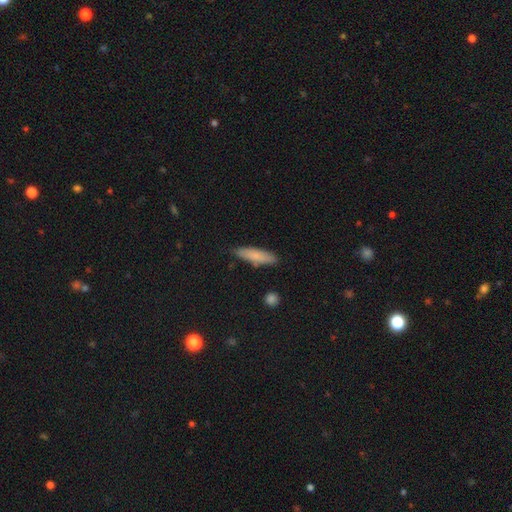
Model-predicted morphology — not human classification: This appears to be a smooth galaxy with no disk features (80%) that is cigar-shaped (66%). Merging: none (83%).